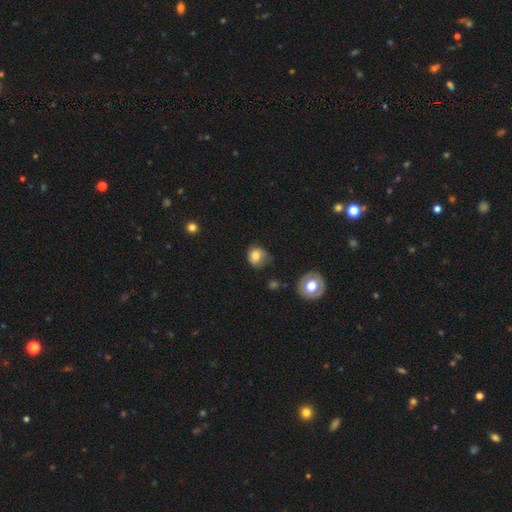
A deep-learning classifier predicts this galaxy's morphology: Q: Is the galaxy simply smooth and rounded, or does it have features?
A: smooth — 73%.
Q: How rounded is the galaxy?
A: round — 71%.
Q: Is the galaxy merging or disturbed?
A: none — 43%.